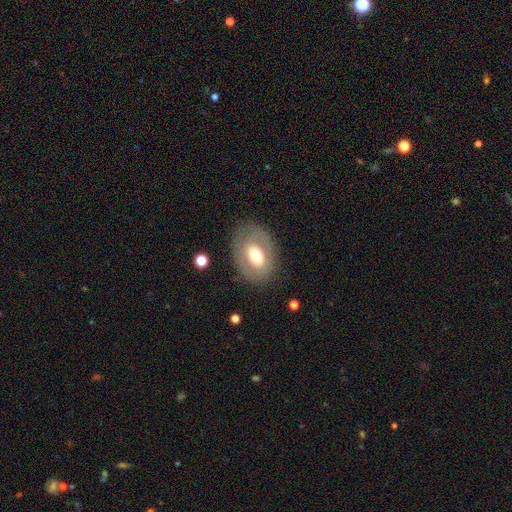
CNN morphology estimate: Smooth or featured?
  - smooth: 48% *
  - featured or disk: 44%
  - star or artifact: 7%
Merging?
  - none: 78% *
  - minor disturbance: 14%
  - major disturbance: 7%
  - merger: 1%